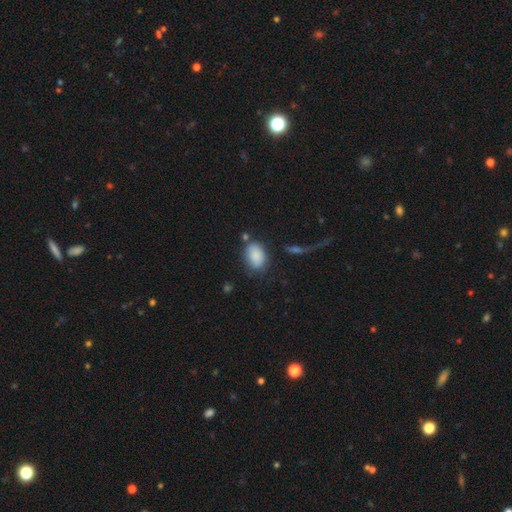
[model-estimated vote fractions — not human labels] Smooth or featured? Predicted: smooth (p=0.87). How rounded? Predicted: in between (p=0.82). Merging? Predicted: none (p=0.61).